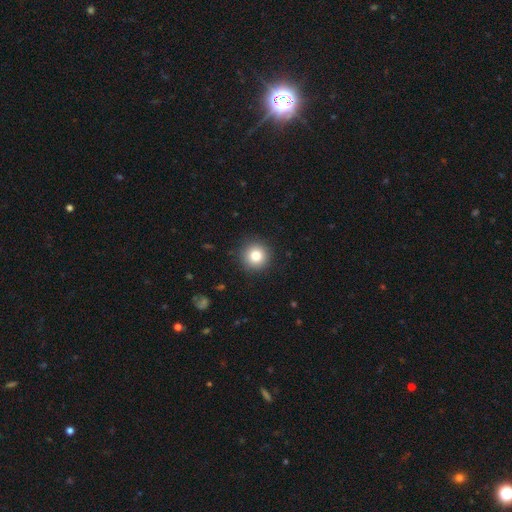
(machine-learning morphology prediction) This appears to be a smooth galaxy with no disk features (83%) that is round (95%). Merging: none (90%).